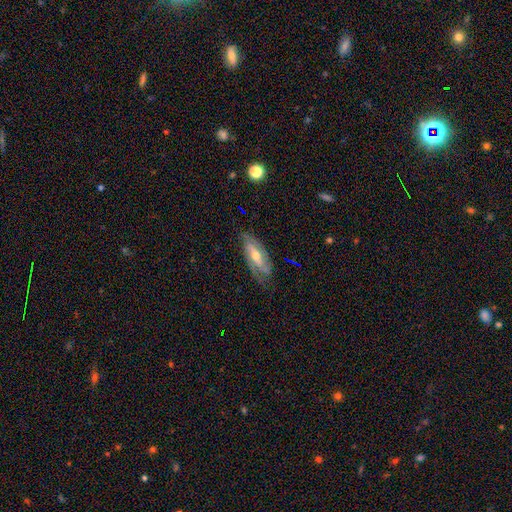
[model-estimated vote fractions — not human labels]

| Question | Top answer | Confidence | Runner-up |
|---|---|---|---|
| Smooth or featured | featured or disk | 71% | smooth (22%) |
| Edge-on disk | no | 80% | yes (20%) |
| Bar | no | 43% | weak (35%) |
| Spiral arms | yes | 86% | no (14%) |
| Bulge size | moderate | 64% | small (30%) |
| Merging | none | 72% | minor disturbance (21%) |